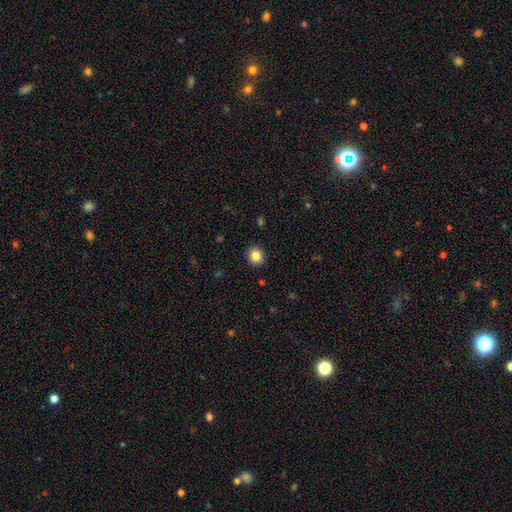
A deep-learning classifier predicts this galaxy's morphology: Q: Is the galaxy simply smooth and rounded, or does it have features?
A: smooth — 85%.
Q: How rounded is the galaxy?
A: round — 84%.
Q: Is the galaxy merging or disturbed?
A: none — 91%.